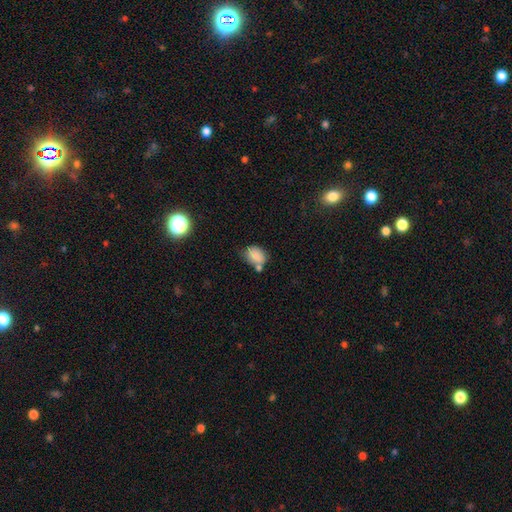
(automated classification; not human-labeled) Smooth or featured? Predicted: smooth (p=0.83). How rounded? Predicted: in between (p=0.72). Merging? Predicted: none (p=0.47).